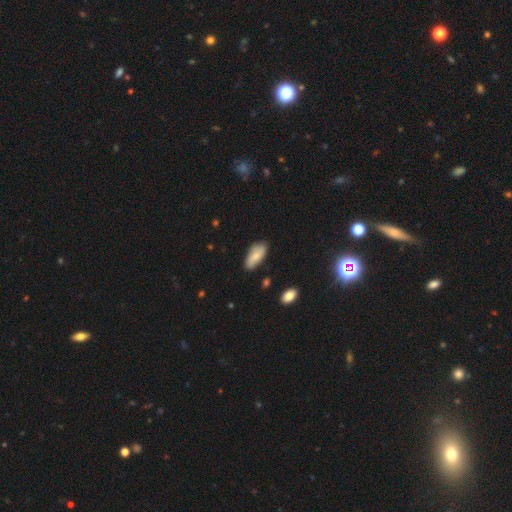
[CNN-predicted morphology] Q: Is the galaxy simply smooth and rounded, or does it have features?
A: smooth — 78%.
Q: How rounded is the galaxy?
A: in between — 86%.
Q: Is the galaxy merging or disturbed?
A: none — 81%.